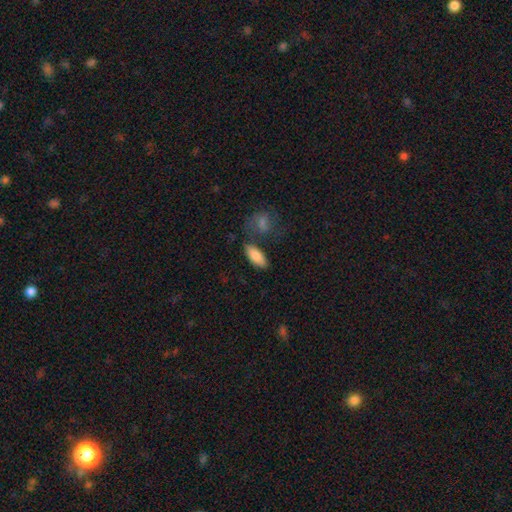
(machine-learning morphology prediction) Smooth or featured?
  - smooth: 84% *
  - featured or disk: 10%
  - star or artifact: 7%
How rounded?
  - in between: 83% *
  - cigar-shaped: 14%
  - round: 3%
Merging?
  - none: 72% *
  - minor disturbance: 14%
  - merger: 9%
  - major disturbance: 4%